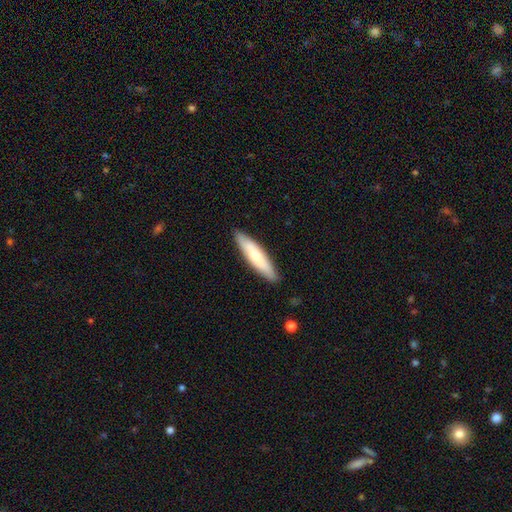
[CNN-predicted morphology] smooth-or-featured: smooth: 70% | featured or disk: 25% | star or artifact: 5%
  how-rounded: cigar-shaped: 82% | in between: 17% | round: 1%
  merging: none: 89% | minor disturbance: 9% | major disturbance: 2% | merger: 1%